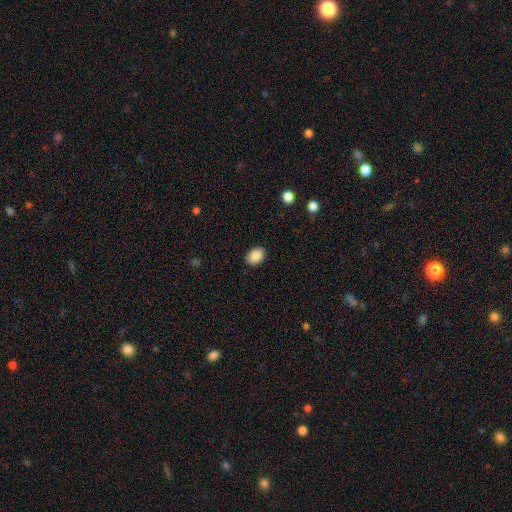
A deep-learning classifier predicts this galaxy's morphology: This is clearly a smooth galaxy (88%). How rounded: likely in between (77%). Merging: clearly none (89%).